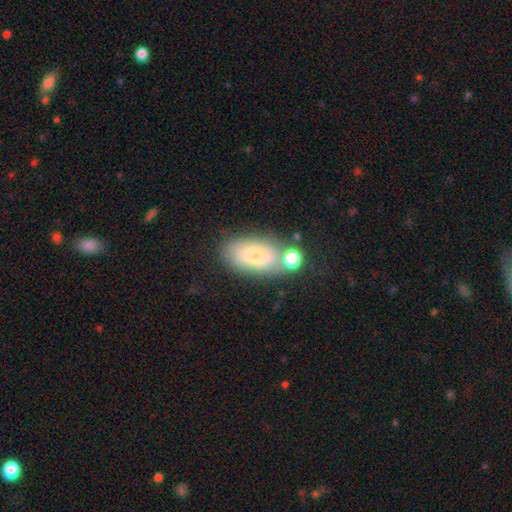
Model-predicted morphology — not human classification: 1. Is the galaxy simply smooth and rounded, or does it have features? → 75% smooth, 17% featured or disk, 8% star or artifact.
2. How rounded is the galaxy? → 91% in between, 5% cigar-shaped, 4% round.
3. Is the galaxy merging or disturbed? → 58% none, 18% merger, 17% minor disturbance, 7% major disturbance.